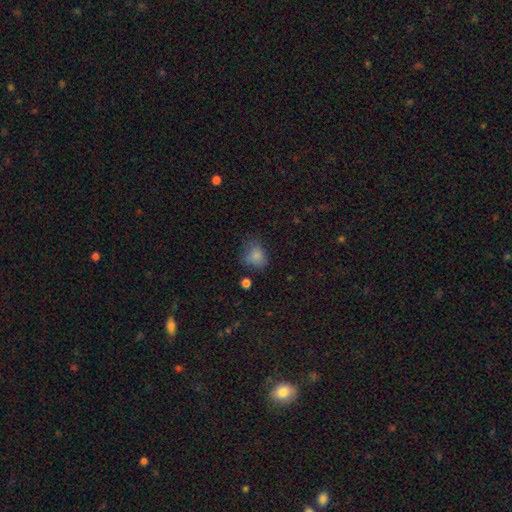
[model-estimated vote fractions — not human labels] Smooth or featured?
  - smooth: 79% *
  - star or artifact: 12%
  - featured or disk: 9%
How rounded?
  - round: 54% *
  - in between: 45%
  - cigar-shaped: 1%
Merging?
  - none: 52% *
  - minor disturbance: 30%
  - major disturbance: 14%
  - merger: 4%